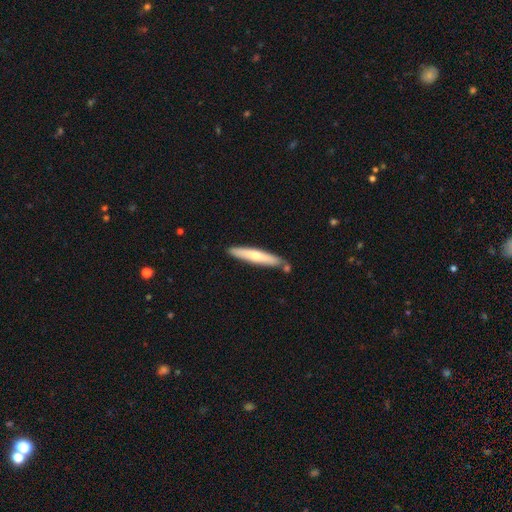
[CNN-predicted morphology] smooth_or_featured: smooth (p=0.56) [alt: featured or disk p=0.39]
how_rounded: cigar-shaped (p=0.91) [alt: in between p=0.08]
merging: none (p=0.78) [alt: minor disturbance p=0.12]